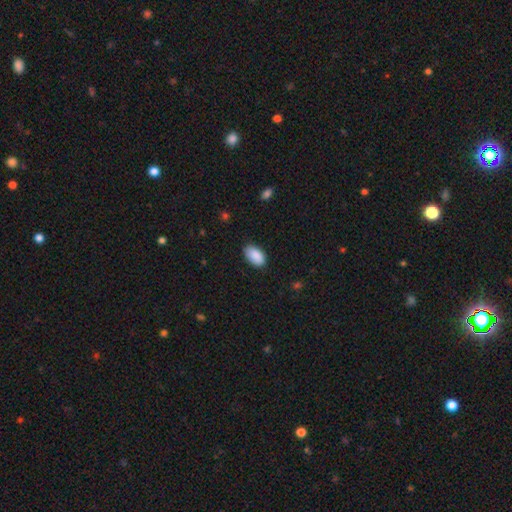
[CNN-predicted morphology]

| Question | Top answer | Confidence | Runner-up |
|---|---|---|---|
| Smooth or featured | smooth | 90% | star or artifact (6%) |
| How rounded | in between | 95% | round (4%) |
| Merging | none | 82% | minor disturbance (14%) |